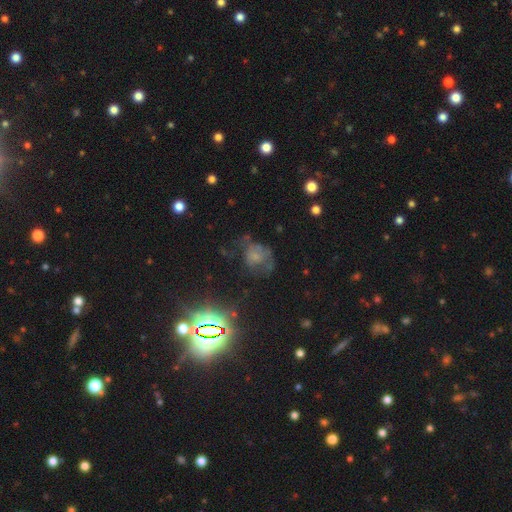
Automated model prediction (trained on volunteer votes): smooth 43%, featured or disk 34%, star or artifact 23%. Down the decision tree: merging — none (38%).